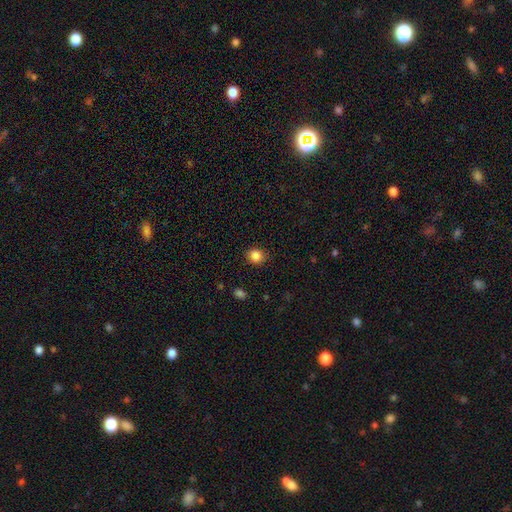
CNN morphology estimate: Smooth or featured? smooth (86%)
How rounded? round (74%)
Merging? none (86%)